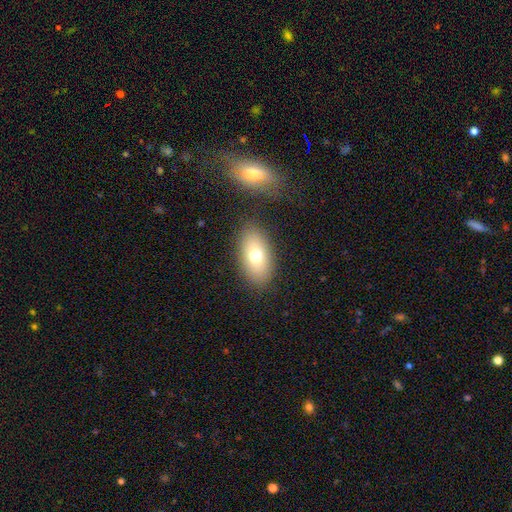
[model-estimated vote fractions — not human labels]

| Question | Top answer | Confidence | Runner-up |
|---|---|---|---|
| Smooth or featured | smooth | 71% | featured or disk (19%) |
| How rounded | in between | 89% | round (8%) |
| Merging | none | 84% | minor disturbance (10%) |